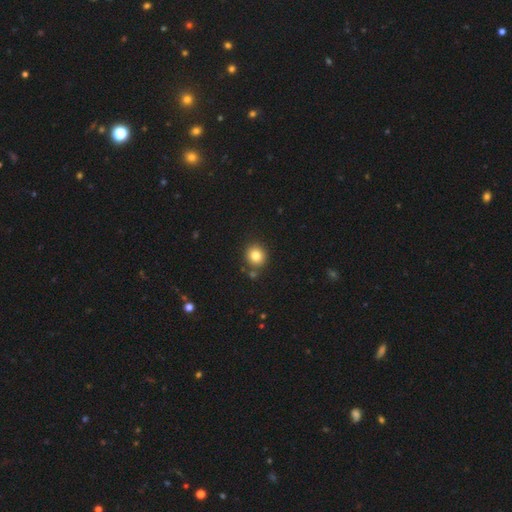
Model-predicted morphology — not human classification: This appears to be a smooth galaxy with no disk features (82%) that is round (86%). Merging: none (83%).